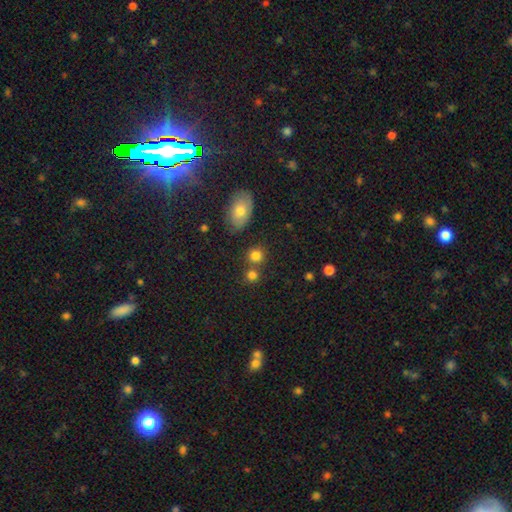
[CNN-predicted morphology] Smooth or featured?
  - smooth: 80% *
  - star or artifact: 12%
  - featured or disk: 7%
How rounded?
  - round: 81% *
  - in between: 18%
  - cigar-shaped: 1%
Merging?
  - none: 63% *
  - merger: 24%
  - minor disturbance: 9%
  - major disturbance: 3%